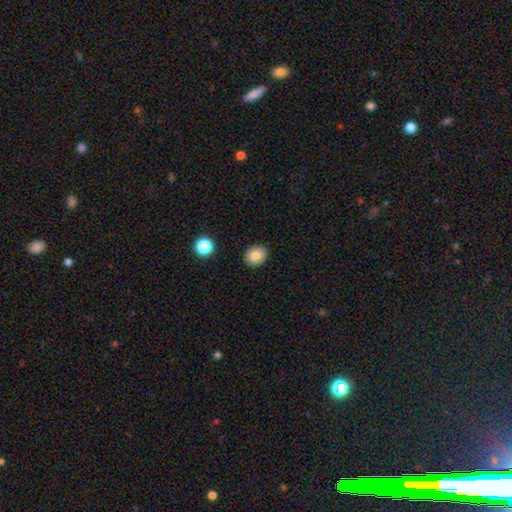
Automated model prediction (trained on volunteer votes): Smooth or featured?
  - smooth: 83% *
  - star or artifact: 9%
  - featured or disk: 8%
How rounded?
  - round: 56% *
  - in between: 44%
  - cigar-shaped: 1%
Merging?
  - none: 90% *
  - minor disturbance: 7%
  - major disturbance: 2%
  - merger: 1%